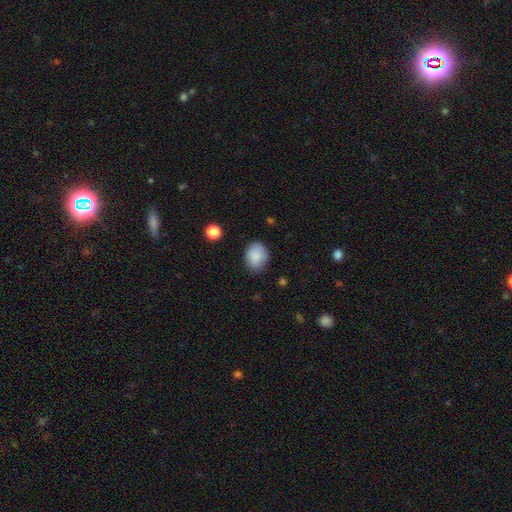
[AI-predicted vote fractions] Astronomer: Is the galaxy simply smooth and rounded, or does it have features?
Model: smooth — 87%.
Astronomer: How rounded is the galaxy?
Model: in between — 55% (runner-up: round, 45%).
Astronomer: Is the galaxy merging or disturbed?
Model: none — 75%.